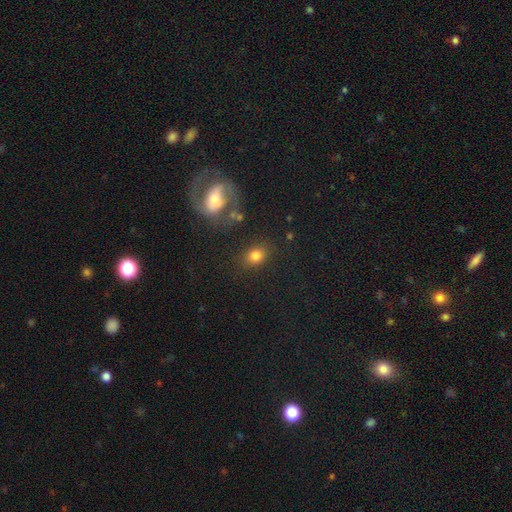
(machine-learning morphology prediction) This is likely a smooth galaxy (79%). How rounded: possibly round (50%). Merging: likely none (79%).